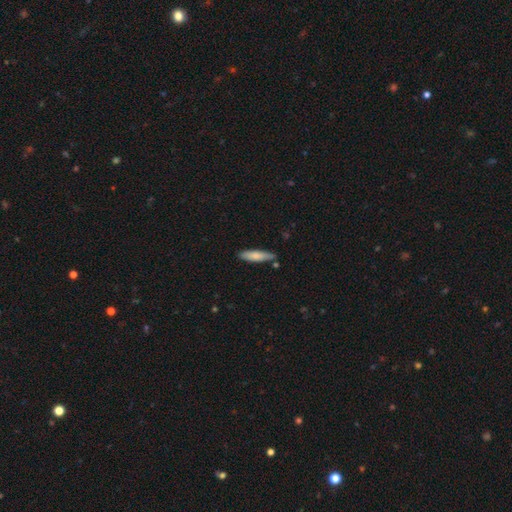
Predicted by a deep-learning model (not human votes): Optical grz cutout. It shows a smooth galaxy with no disk features (76%) that is cigar-shaped (74%). Merging: none (78%).